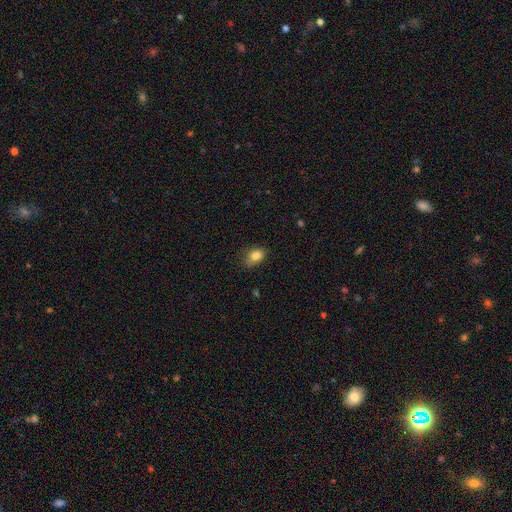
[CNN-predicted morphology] smooth_or_featured: smooth (p=0.84) [alt: star or artifact p=0.10]
how_rounded: in between (p=0.73) [alt: round p=0.25]
merging: none (p=0.67) [alt: minor disturbance p=0.26]